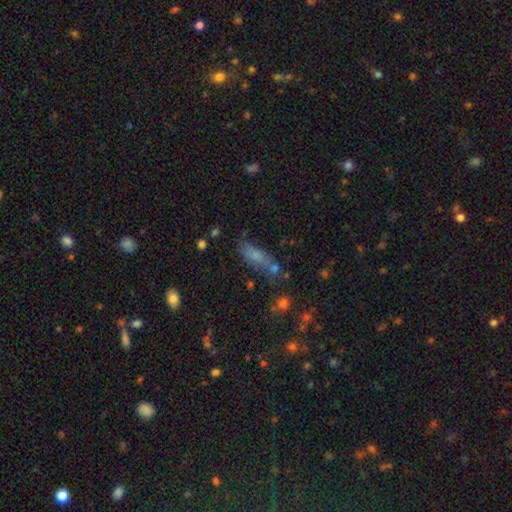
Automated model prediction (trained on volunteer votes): Smooth or featured?
  - smooth: 69% *
  - featured or disk: 18%
  - star or artifact: 13%
How rounded?
  - in between: 55% *
  - cigar-shaped: 41%
  - round: 4%
Merging?
  - none: 51% *
  - minor disturbance: 22%
  - merger: 16%
  - major disturbance: 11%